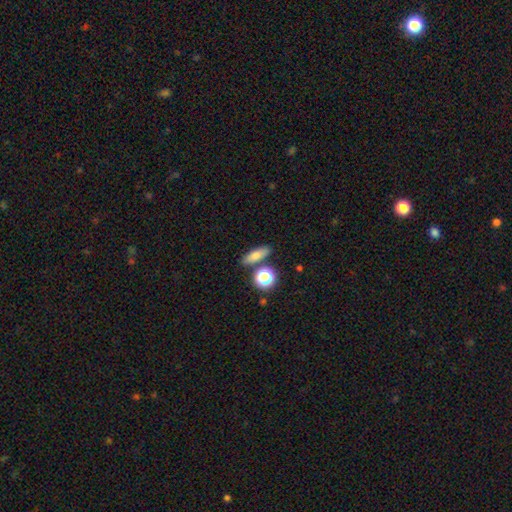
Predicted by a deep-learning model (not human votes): smooth-or-featured: smooth: 74% | featured or disk: 13% | star or artifact: 13%
  how-rounded: in between: 45% | cigar-shaped: 38% | round: 17%
  merging: none: 77% | merger: 10% | minor disturbance: 10% | major disturbance: 3%